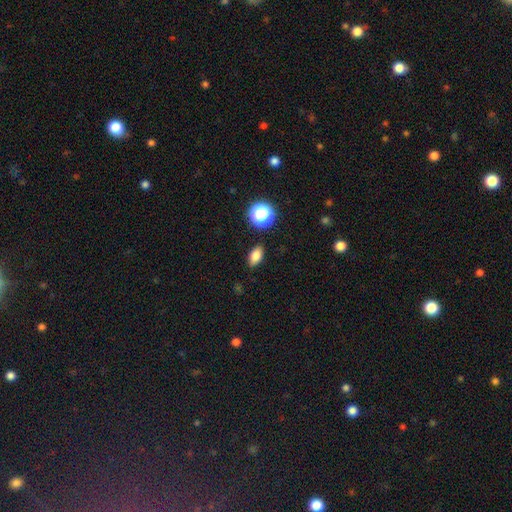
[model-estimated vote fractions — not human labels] A smooth galaxy with no disk features (80%) that is in between round and cigar-shaped (84%). Merging: none (87%).